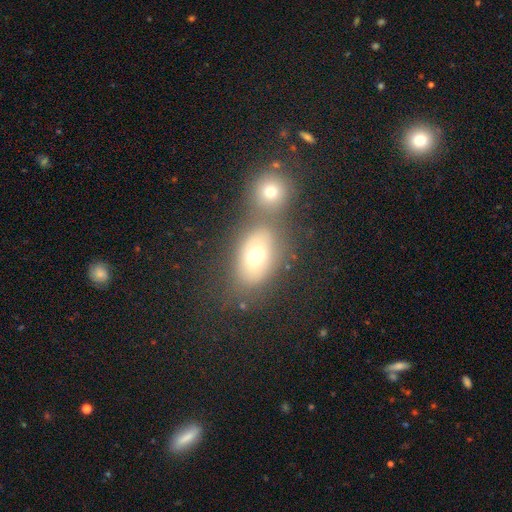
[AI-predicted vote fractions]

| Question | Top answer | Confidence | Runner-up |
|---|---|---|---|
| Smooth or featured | smooth | 62% | featured or disk (23%) |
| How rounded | in between | 78% | round (19%) |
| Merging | none | 49% | merger (36%) |